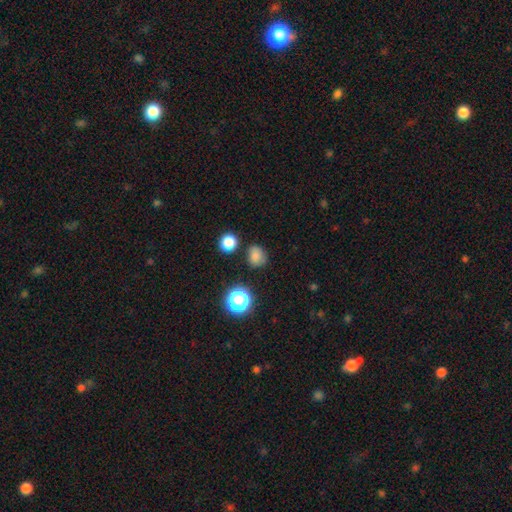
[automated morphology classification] type=smooth (77%); roundness=round (68%); merging=none (75%).